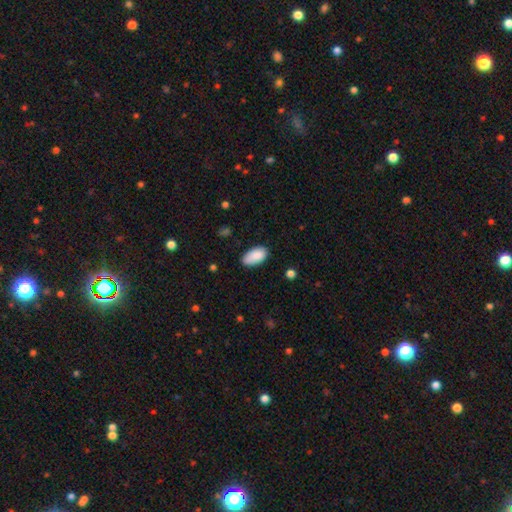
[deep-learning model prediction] Q: Smooth or featured?
A: smooth (88%); runner-up: star or artifact (7%)
Q: How rounded?
A: in between (95%); runner-up: round (3%)
Q: Merging?
A: none (77%); runner-up: minor disturbance (19%)